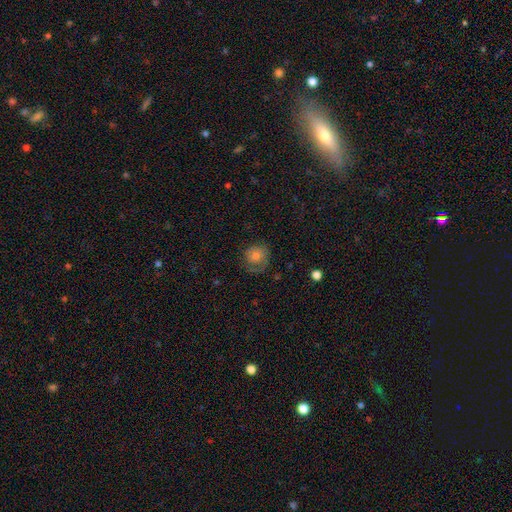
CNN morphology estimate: Smooth or featured: smooth — 54% (featured or disk — 35%)
How rounded: round — 82% (in between — 17%)
Merging: none — 65% (minor disturbance — 19%)